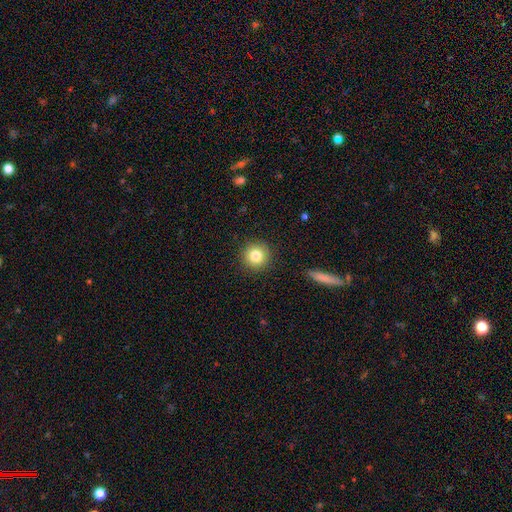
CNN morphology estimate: The model was most divided on "smooth or featured": smooth: 81%, star or artifact: 10%, featured or disk: 9%. More confident: how rounded — round (95%); merging — none (90%).